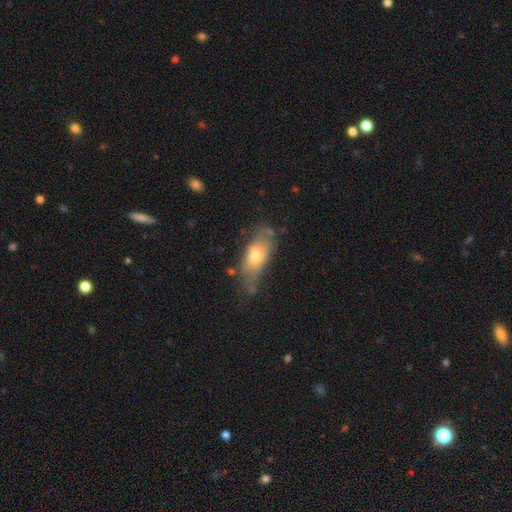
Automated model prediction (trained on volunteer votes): Smooth or featured? smooth (56%)
How rounded? in between (79%)
Merging? none (47%)